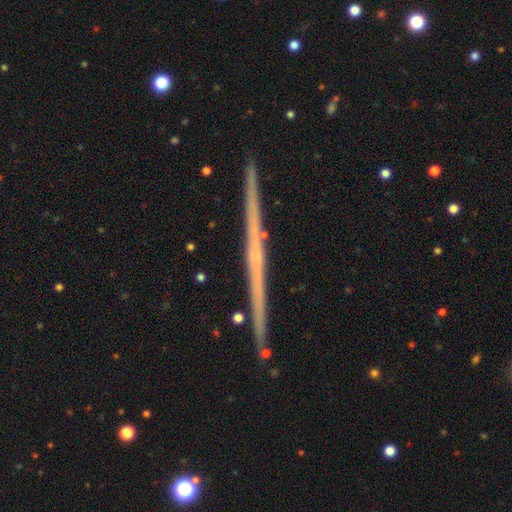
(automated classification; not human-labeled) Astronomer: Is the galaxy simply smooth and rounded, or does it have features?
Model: featured or disk — 77%.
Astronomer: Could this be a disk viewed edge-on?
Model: yes — 99%.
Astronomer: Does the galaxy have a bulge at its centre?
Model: none — 80%.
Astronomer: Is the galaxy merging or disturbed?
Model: none — 92%.